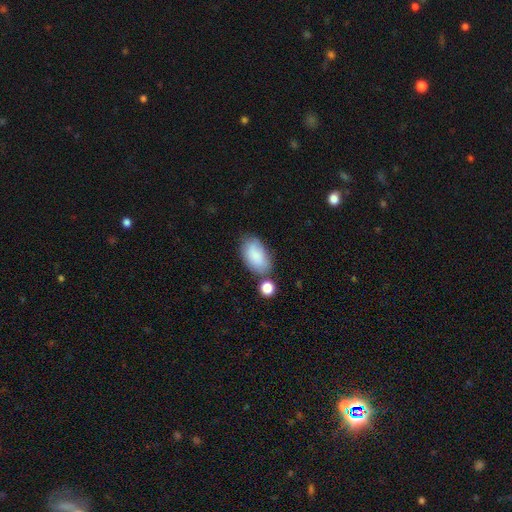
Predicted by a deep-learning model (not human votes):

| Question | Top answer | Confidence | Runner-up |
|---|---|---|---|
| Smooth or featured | smooth | 84% | featured or disk (9%) |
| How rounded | in between | 94% | round (4%) |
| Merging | none | 59% | minor disturbance (20%) |